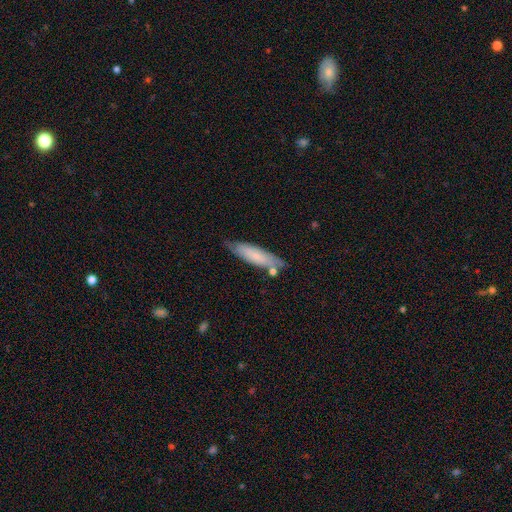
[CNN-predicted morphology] Q: Smooth or featured?
A: smooth (70%); runner-up: featured or disk (24%)
Q: How rounded?
A: cigar-shaped (68%); runner-up: in between (30%)
Q: Merging?
A: none (69%); runner-up: minor disturbance (20%)